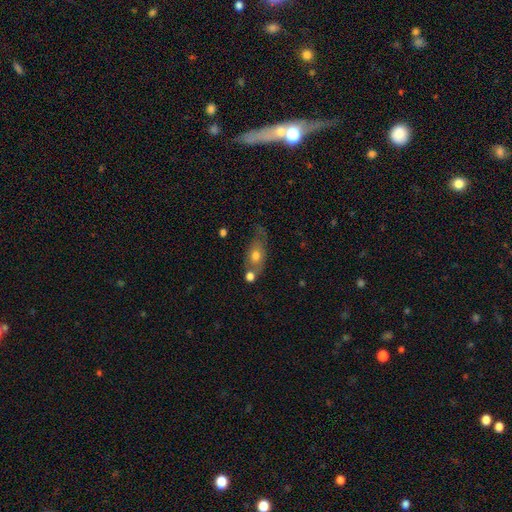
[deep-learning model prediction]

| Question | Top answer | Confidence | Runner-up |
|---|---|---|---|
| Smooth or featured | smooth | 61% | featured or disk (31%) |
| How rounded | in between | 73% | round (19%) |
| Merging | none | 41% | merger (28%) |